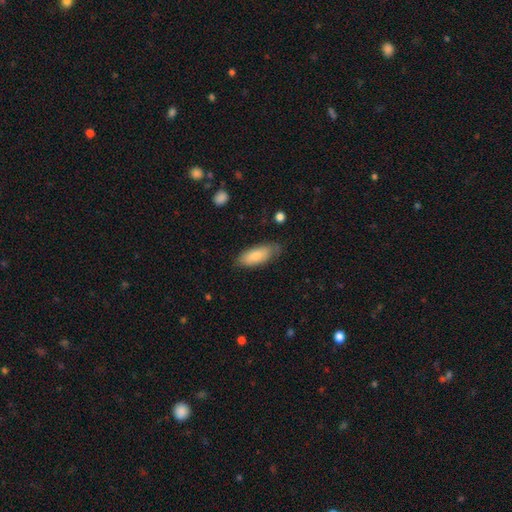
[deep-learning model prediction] A smooth galaxy with no disk features (81%) that is in between round and cigar-shaped (77%). Merging: none (71%).